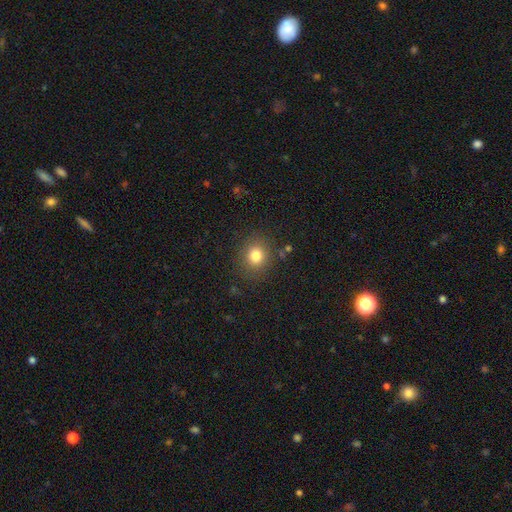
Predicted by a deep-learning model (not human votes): Smooth or featured? Predicted: smooth (p=0.80). How rounded? Predicted: round (p=0.79). Merging? Predicted: none (p=0.86).